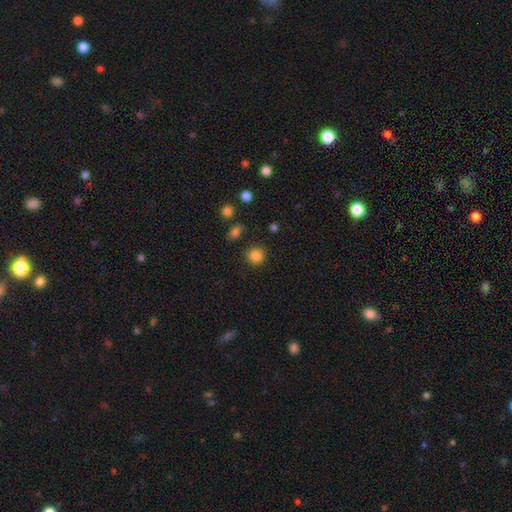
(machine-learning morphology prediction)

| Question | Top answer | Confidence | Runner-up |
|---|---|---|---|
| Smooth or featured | smooth | 85% | star or artifact (12%) |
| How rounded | round | 89% | in between (10%) |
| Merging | none | 83% | minor disturbance (10%) |